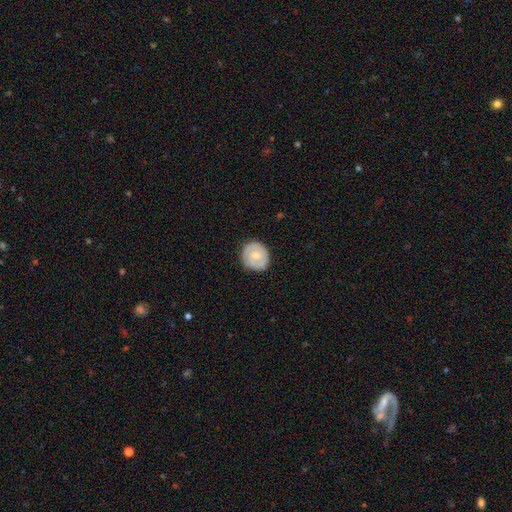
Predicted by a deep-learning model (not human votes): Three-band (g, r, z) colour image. It shows a smooth galaxy with no disk features (55%) that is round (87%). Merging: none (83%).